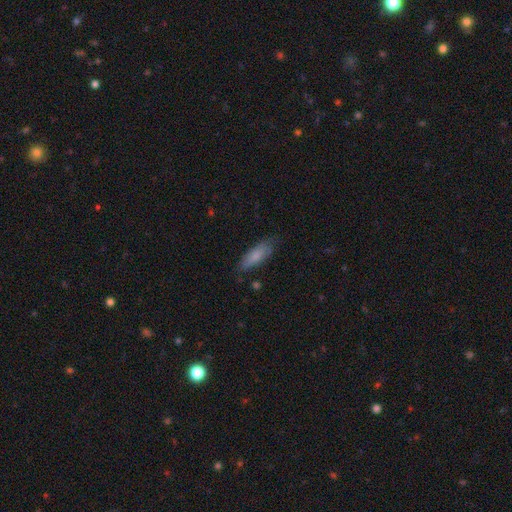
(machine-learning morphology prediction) Smooth or featured?
  - smooth: 77% *
  - featured or disk: 17%
  - star or artifact: 6%
How rounded?
  - in between: 60% *
  - cigar-shaped: 38%
  - round: 2%
Merging?
  - none: 73% *
  - minor disturbance: 21%
  - major disturbance: 4%
  - merger: 2%